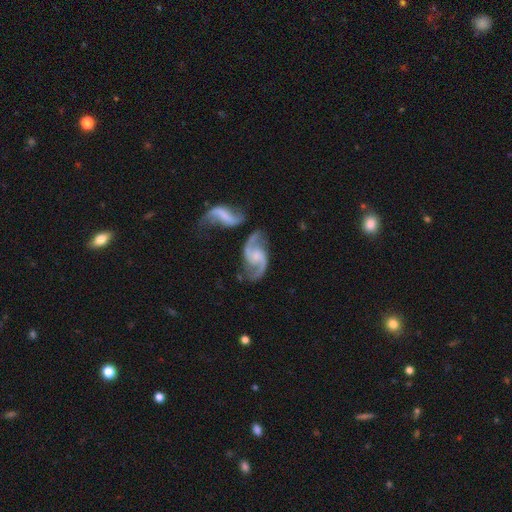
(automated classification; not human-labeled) A featured or disk galaxy (92%) with no bar (53%), 2 (94%) loose (46%) spiral arms (98%) and a small central bulge (43%). Merging: none (63%).